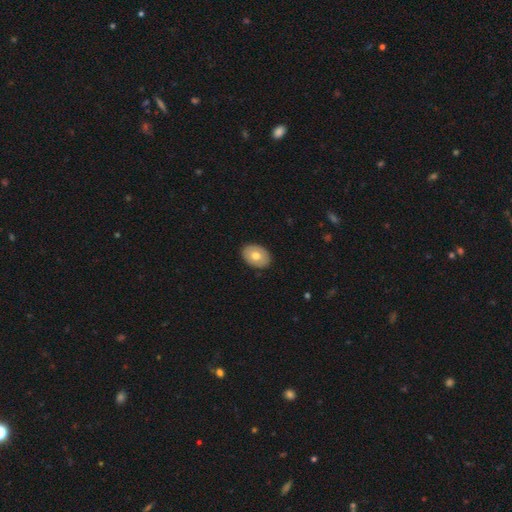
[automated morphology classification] Smooth or featured: smooth — 68% (featured or disk — 26%)
How rounded: in between — 77% (round — 22%)
Merging: none — 90% (minor disturbance — 8%)